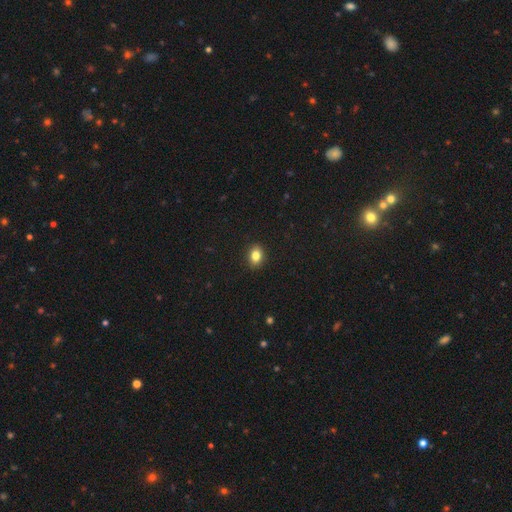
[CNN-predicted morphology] Smooth or featured?
  - smooth: 83% *
  - star or artifact: 10%
  - featured or disk: 7%
How rounded?
  - in between: 65% *
  - round: 34%
  - cigar-shaped: 1%
Merging?
  - none: 90% *
  - minor disturbance: 7%
  - major disturbance: 2%
  - merger: 1%